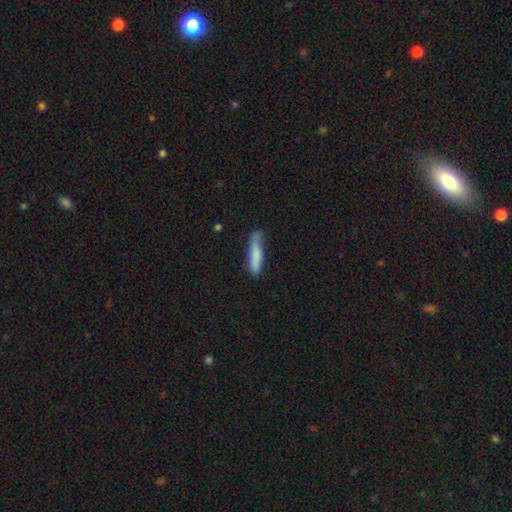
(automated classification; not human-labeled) Overall: smooth (78%). How rounded: cigar-shaped (83%). Merging: none (58%; minor disturbance 30%).